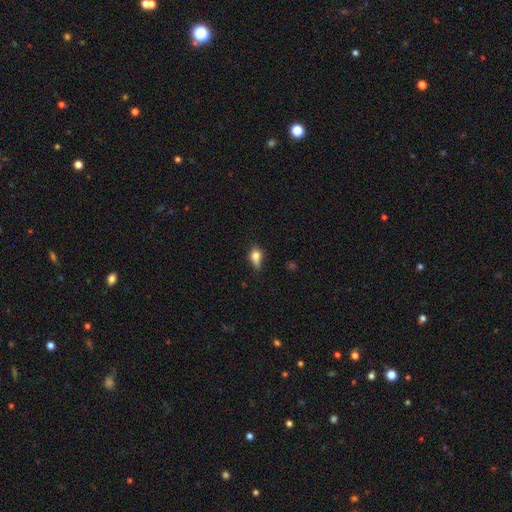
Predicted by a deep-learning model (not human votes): Smooth or featured?
  - smooth: 70% *
  - featured or disk: 20%
  - star or artifact: 11%
How rounded?
  - in between: 67% *
  - round: 24%
  - cigar-shaped: 9%
Merging?
  - none: 45% *
  - minor disturbance: 37%
  - major disturbance: 14%
  - merger: 5%